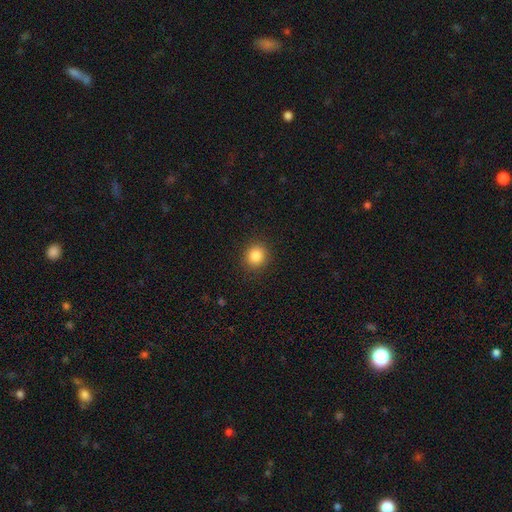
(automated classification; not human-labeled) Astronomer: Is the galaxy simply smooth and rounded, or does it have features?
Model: smooth — 84%.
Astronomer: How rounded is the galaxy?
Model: round — 86%.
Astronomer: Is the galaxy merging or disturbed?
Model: none — 90%.